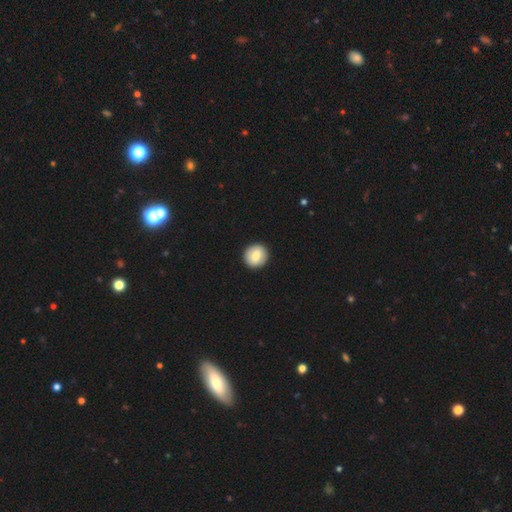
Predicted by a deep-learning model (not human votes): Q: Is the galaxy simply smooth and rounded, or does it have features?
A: smooth — 75%.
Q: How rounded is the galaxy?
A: round — 87%.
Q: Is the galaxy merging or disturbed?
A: none — 91%.